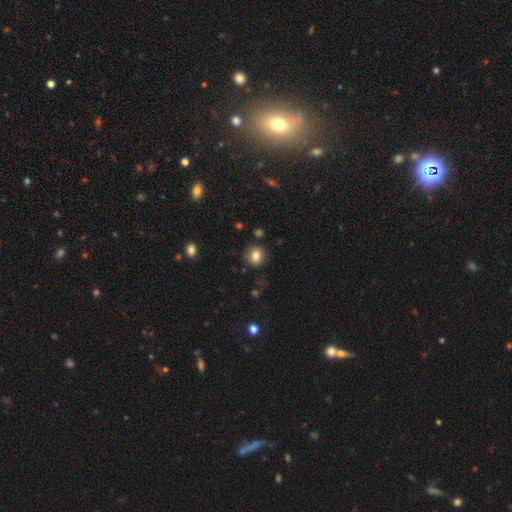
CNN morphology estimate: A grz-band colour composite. It shows a smooth galaxy with no disk features (82%) that is round (70%). Merging: none (84%).